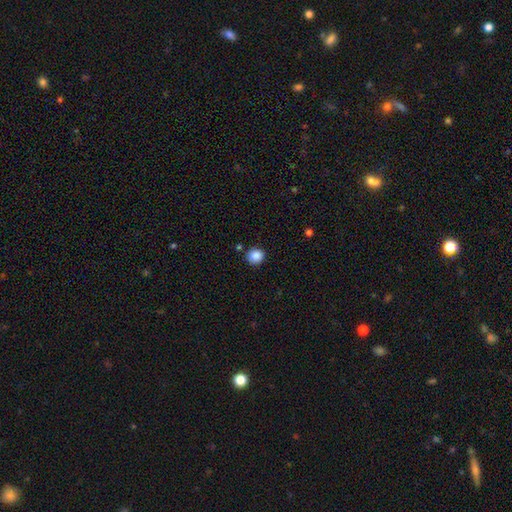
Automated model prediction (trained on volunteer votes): A smooth galaxy with no disk features (87%) that is round (88%). Merging: none (85%).